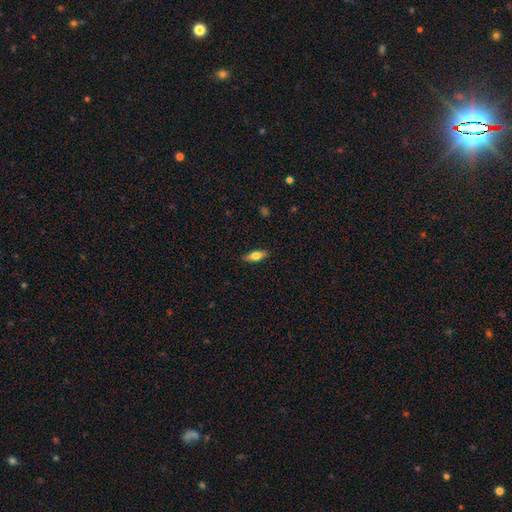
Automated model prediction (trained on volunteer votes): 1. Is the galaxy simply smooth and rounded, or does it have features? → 67% smooth, 26% featured or disk, 7% star or artifact.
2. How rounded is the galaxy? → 66% in between, 31% cigar-shaped, 3% round.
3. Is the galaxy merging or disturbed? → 88% none, 9% minor disturbance, 2% major disturbance, 1% merger.